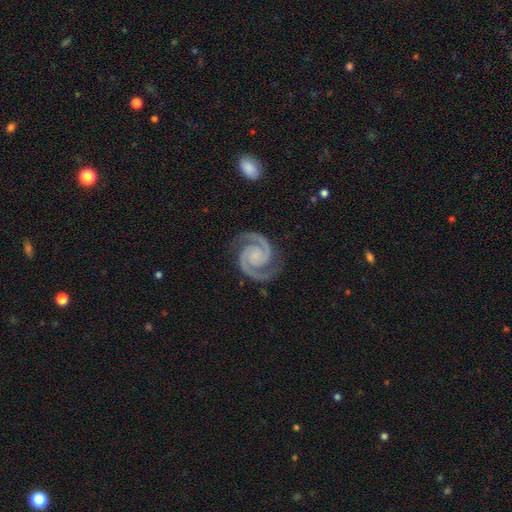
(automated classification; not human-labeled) A featured or disk galaxy (95%) with no bar (65%), 2 (95%) tight (54%) spiral arms (99%) and no central bulge (43%). Merging: none (86%).